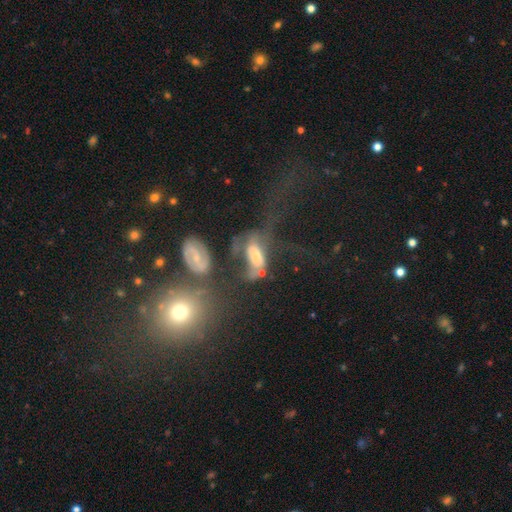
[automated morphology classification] featured or disk 53%, smooth 31%, star or artifact 15%. Down the decision tree: edge-on disk — no (88%); merging — major disturbance (44%).